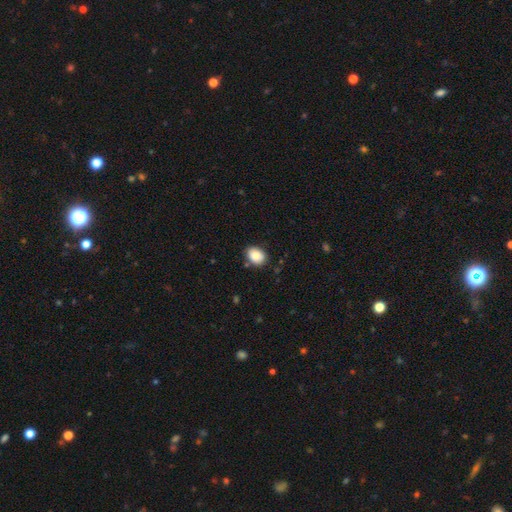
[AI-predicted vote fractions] smooth 89%, star or artifact 7%, featured or disk 4%. Down the decision tree: how rounded — in between (74%); merging — none (83%).